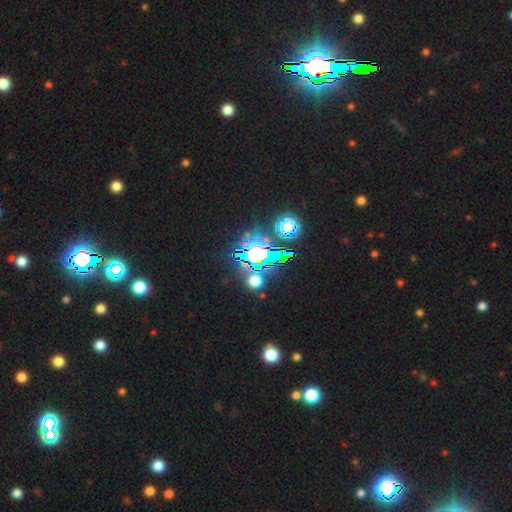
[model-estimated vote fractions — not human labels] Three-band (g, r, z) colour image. It shows a star or artifact, not a galaxy (71%).